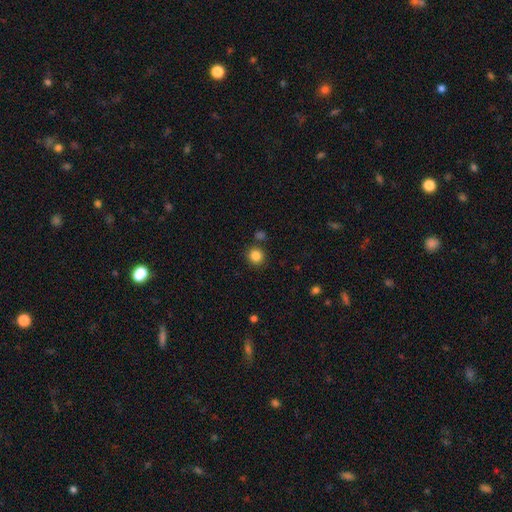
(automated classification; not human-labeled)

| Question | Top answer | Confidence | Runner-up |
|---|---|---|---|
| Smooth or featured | smooth | 84% | star or artifact (11%) |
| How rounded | round | 93% | in between (6%) |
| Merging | none | 86% | minor disturbance (7%) |